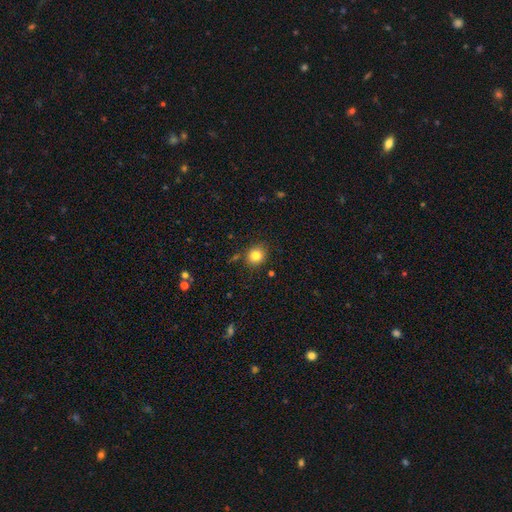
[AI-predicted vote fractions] Morphology: type=smooth (83%); roundness=round (81%); merging=none (85%).